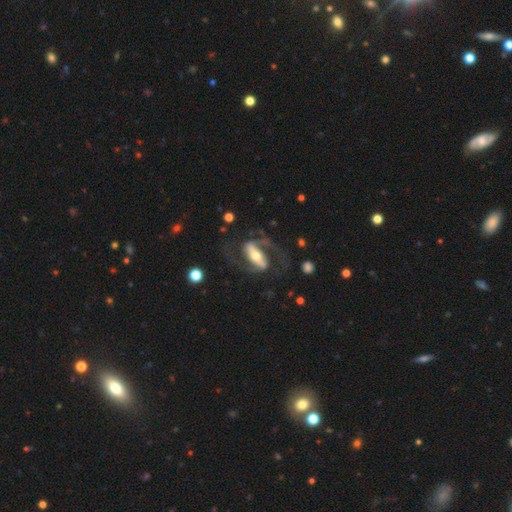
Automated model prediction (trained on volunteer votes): This is clearly a featured or disk galaxy (85%). It is clearly not viewed edge-on (93%). Bar: likely strong (67%). Spiral arm pattern: clearly yes (91%). Spiral arm count: clearly 2 (91%). Spiral winding: possibly medium (53%). Central bulge: possibly moderate (58%). Merging: likely none (68%).